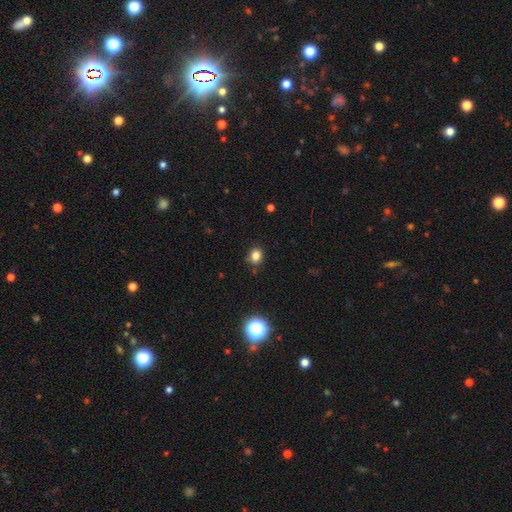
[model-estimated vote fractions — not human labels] Q: Smooth or featured?
A: smooth (81%); runner-up: star or artifact (14%)
Q: How rounded?
A: round (62%); runner-up: in between (37%)
Q: Merging?
A: none (81%); runner-up: minor disturbance (14%)